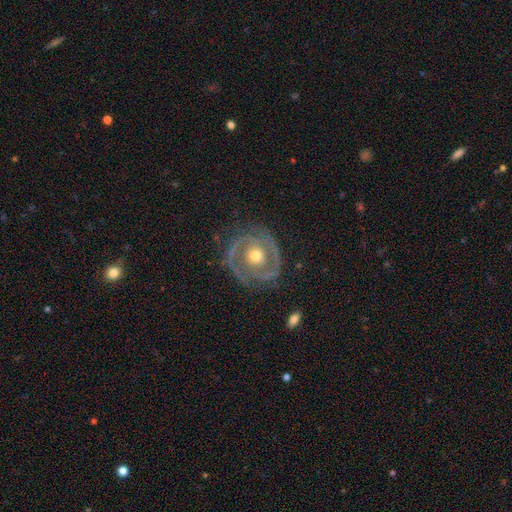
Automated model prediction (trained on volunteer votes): Q: Smooth or featured?
A: featured or disk (82%); runner-up: smooth (12%)
Q: Edge-on disk?
A: no (97%); runner-up: yes (3%)
Q: Bar?
A: no (78%); runner-up: weak (15%)
Q: Spiral arms?
A: yes (82%); runner-up: no (18%)
Q: Spiral winding?
A: tight (59%); runner-up: medium (31%)
Q: Spiral arm count?
A: 2 (63%); runner-up: can't tell (15%)
Q: Bulge size?
A: moderate (71%); runner-up: small (22%)
Q: Merging?
A: none (75%); runner-up: minor disturbance (15%)